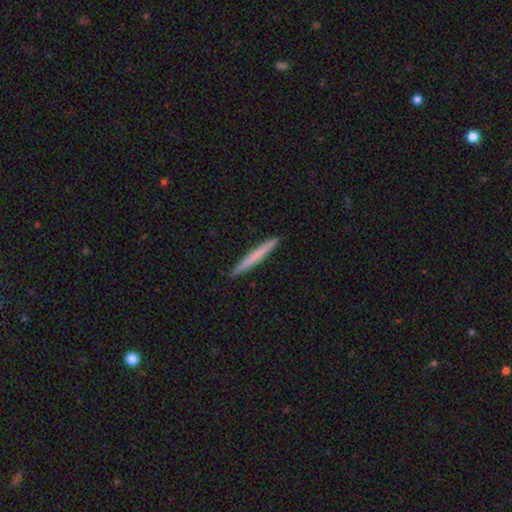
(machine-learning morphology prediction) type=smooth (65%); roundness=cigar-shaped (97%); merging=none (93%).